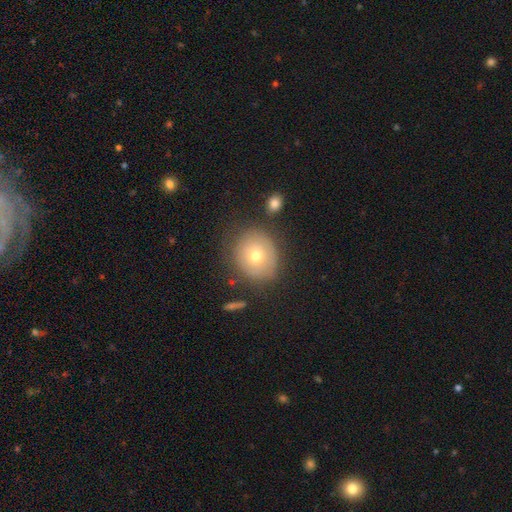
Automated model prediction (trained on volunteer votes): A smooth galaxy with no disk features (64%) that is round (78%).

Vote fractions:
- Smooth or featured? smooth: 64% / featured or disk: 24% / star or artifact: 12%
- How rounded? round: 78% / in between: 21% / cigar-shaped: 1%
- Merging? none: 78% / minor disturbance: 14% / major disturbance: 5% / merger: 3%